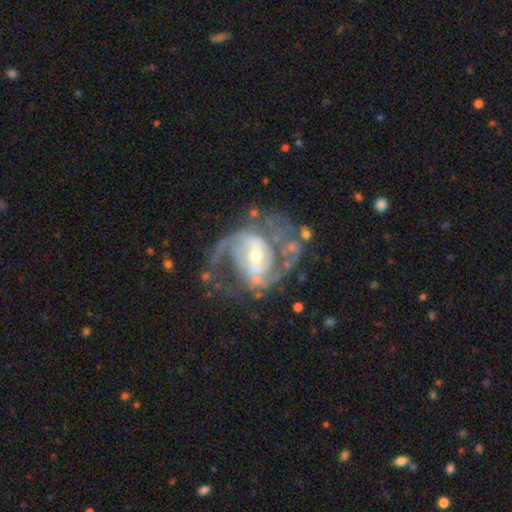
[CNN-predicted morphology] This appears to be a featured or disk galaxy (90%) with a weak bar (40%), 2 (86%) medium (56%) spiral arms (97%) and a moderate central bulge (49%). Merging: none (62%).